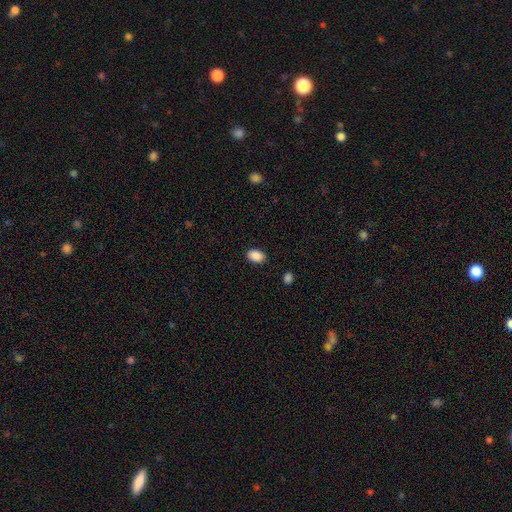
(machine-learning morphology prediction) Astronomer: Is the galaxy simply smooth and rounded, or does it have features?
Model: smooth — 89%.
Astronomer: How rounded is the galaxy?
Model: in between — 87%.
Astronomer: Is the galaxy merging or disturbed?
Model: none — 87%.